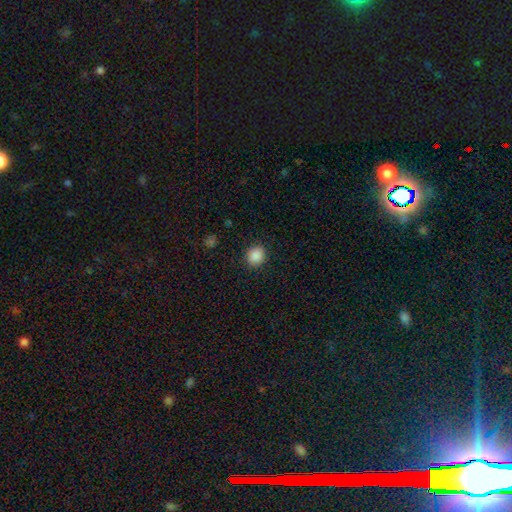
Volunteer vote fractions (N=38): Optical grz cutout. It shows a smooth galaxy with no disk features (92%) that is round (71%). Merging: none (83%).